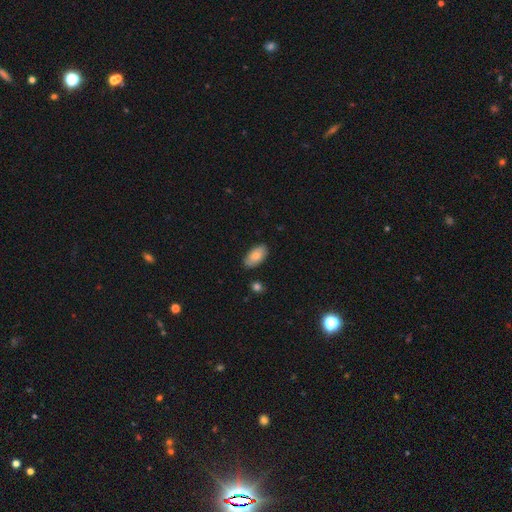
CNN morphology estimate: smooth-or-featured: smooth: 82% | featured or disk: 11% | star or artifact: 6%
  how-rounded: in between: 94% | cigar-shaped: 3% | round: 3%
  merging: none: 84% | minor disturbance: 12% | major disturbance: 2% | merger: 2%